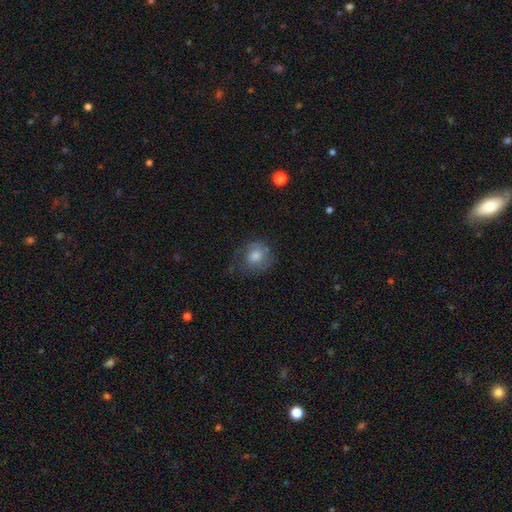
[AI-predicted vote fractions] Smooth or featured: smooth — 45% (featured or disk — 44%)
Merging: none — 60% (minor disturbance — 23%)